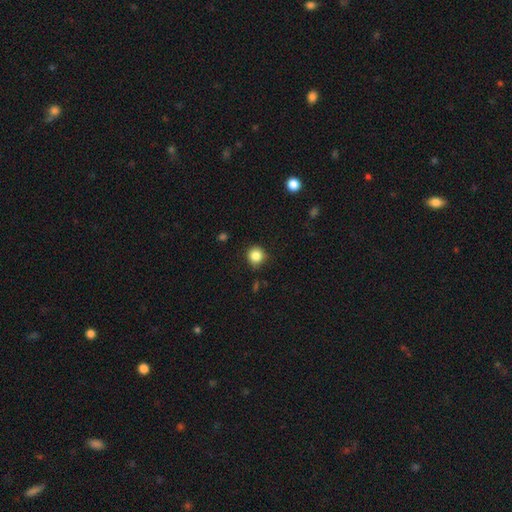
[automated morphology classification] This is clearly a smooth galaxy (85%). How rounded: clearly round (90%). Merging: clearly none (83%).